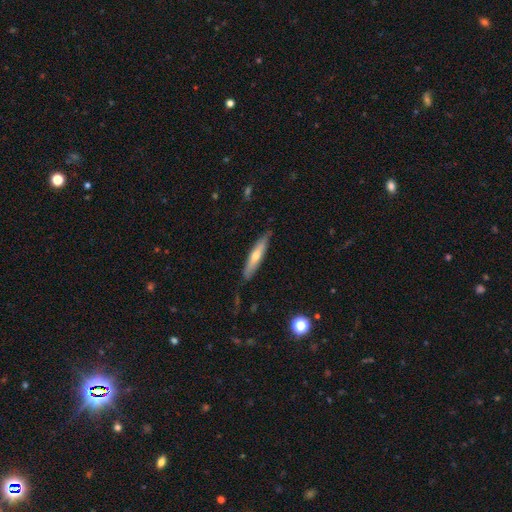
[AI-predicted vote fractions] smooth_or_featured: smooth (p=0.50) [alt: featured or disk p=0.44]
merging: none (p=0.83) [alt: minor disturbance p=0.13]